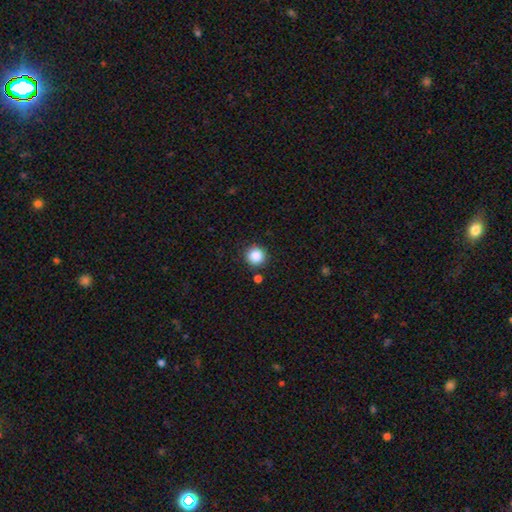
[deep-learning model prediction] Smooth or featured? Predicted: smooth (p=0.87). How rounded? Predicted: round (p=0.95). Merging? Predicted: none (p=0.88).